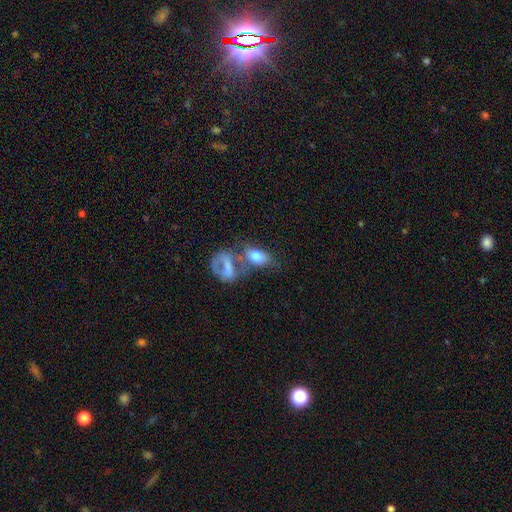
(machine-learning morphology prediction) smooth_or_featured: smooth (p=0.70) [alt: featured or disk p=0.22]
how_rounded: in between (p=0.82) [alt: round p=0.15]
merging: merger (p=0.47) [alt: none p=0.27]